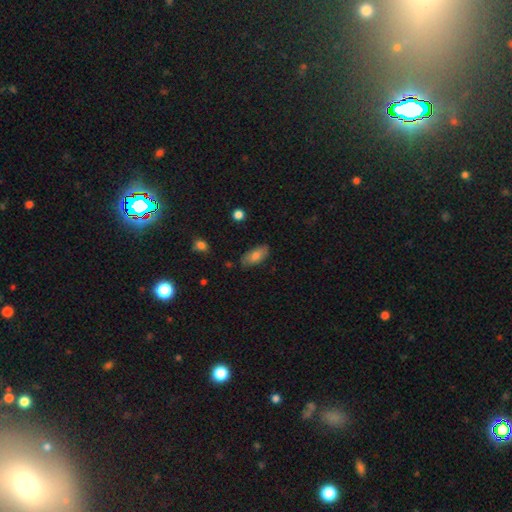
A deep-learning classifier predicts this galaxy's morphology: This is likely a smooth galaxy (78%). How rounded: clearly in between (89%). Merging: clearly none (80%).